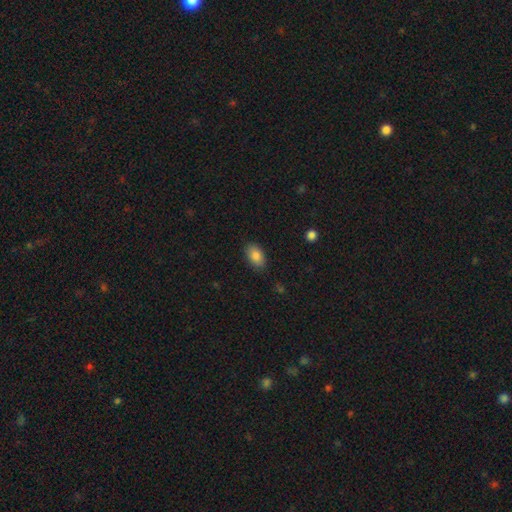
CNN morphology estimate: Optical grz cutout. It shows a smooth galaxy with no disk features (86%) that is in between round and cigar-shaped (90%). Merging: none (86%).